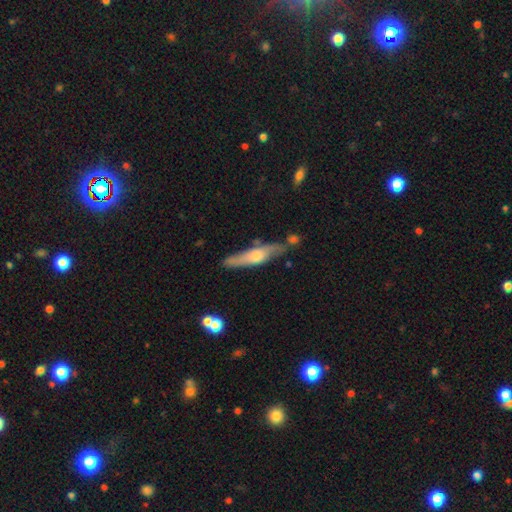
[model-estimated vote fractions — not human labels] Smooth or featured? Predicted: featured or disk (p=0.57). Edge-on disk? Predicted: yes (p=0.84). Merging? Predicted: none (p=0.72).